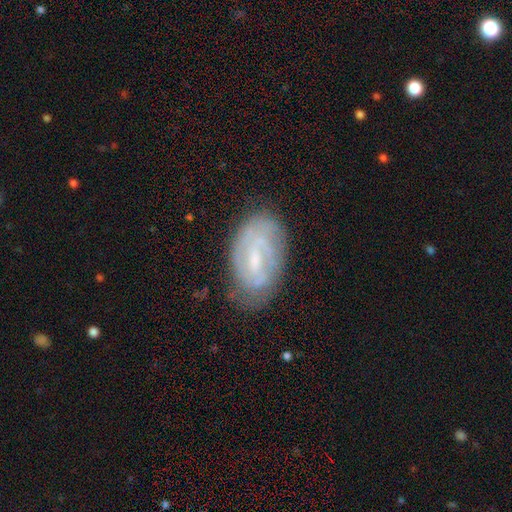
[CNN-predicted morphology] Smooth or featured? featured or disk (69%)
Edge-on disk? no (94%)
Bar? weak (53%)
Spiral arms? yes (80%)
Spiral winding? tight (56%)
Spiral arm count? can't tell (42%)
Bulge size? small (50%)
Merging? none (71%)